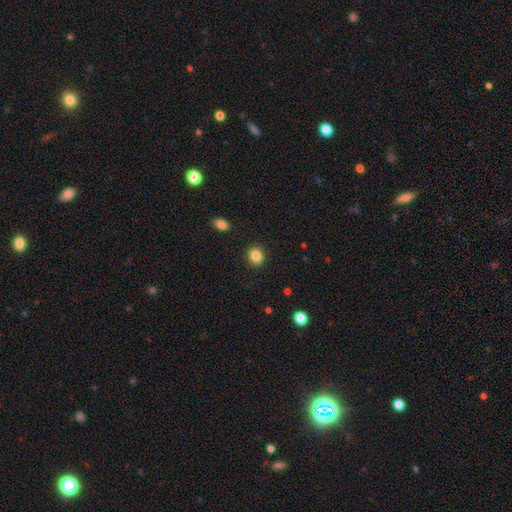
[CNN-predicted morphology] Smooth or featured: smooth — 85% (star or artifact — 10%)
How rounded: round — 83% (in between — 16%)
Merging: none — 91% (minor disturbance — 6%)